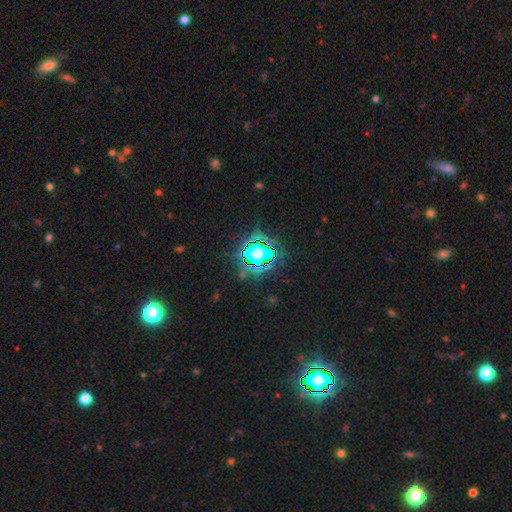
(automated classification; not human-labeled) This is likely a star or artifact rather than a galaxy (63%).